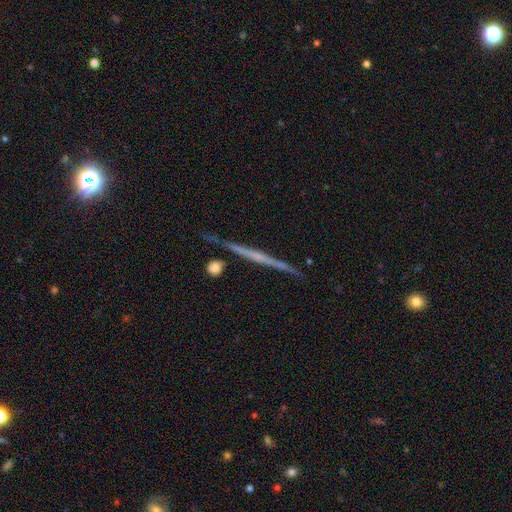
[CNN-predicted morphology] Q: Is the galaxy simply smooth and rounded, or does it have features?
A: featured or disk — 74%.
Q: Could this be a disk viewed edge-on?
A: yes — 98%.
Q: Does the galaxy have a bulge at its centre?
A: none — 68%.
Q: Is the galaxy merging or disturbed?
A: none — 86%.